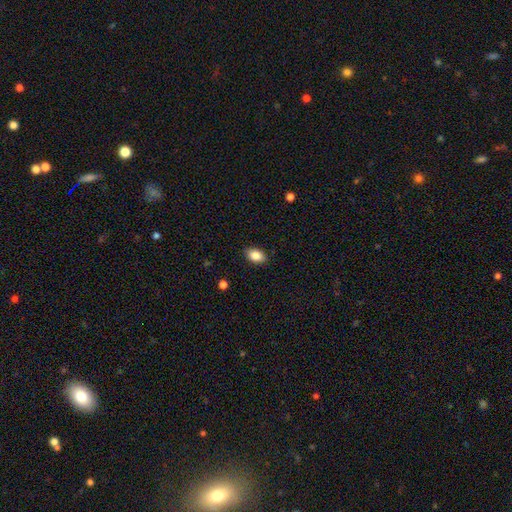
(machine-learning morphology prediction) Smooth or featured? smooth (87%)
How rounded? in between (88%)
Merging? none (88%)